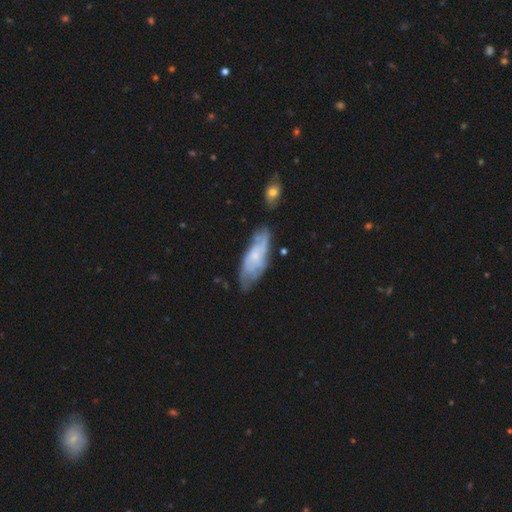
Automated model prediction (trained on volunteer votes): smooth-or-featured: featured or disk: 60% | smooth: 33% | star or artifact: 6%
  disk-edge-on: no: 83% | yes: 17%
    bar: no: 73% | weak: 23% | strong: 4%
    has-spiral-arms: yes: 77% | no: 23%
    bulge-size: small: 63% | moderate: 24% | none: 10% | large: 2% | dominant: 1%
  merging: none: 61% | minor disturbance: 26% | major disturbance: 9% | merger: 4%